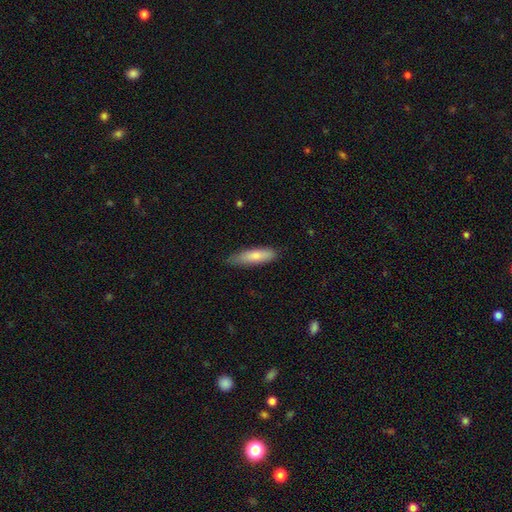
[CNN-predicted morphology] Smooth or featured: smooth — 75% (featured or disk — 19%)
How rounded: cigar-shaped — 66% (in between — 32%)
Merging: none — 75% (minor disturbance — 20%)